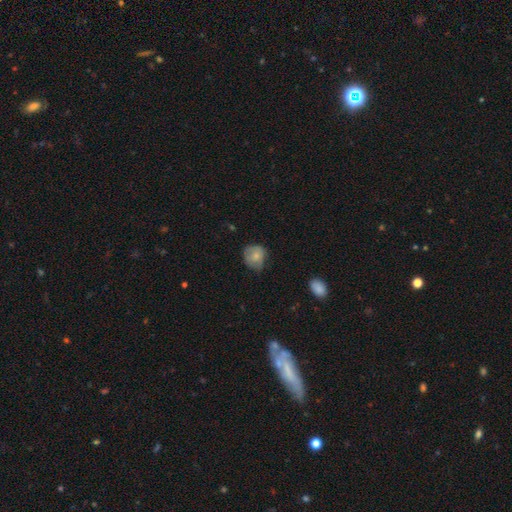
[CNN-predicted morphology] Smooth or featured? Predicted: smooth (p=0.73). How rounded? Predicted: round (p=0.73). Merging? Predicted: none (p=0.54).